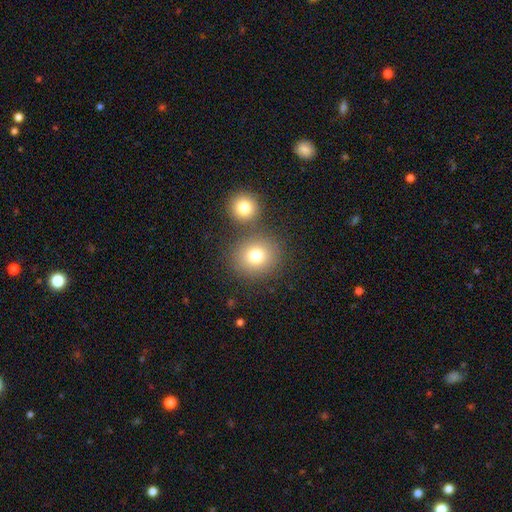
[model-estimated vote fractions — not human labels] Overall: smooth (78%). How rounded: round (84%). Merging: none (70%).